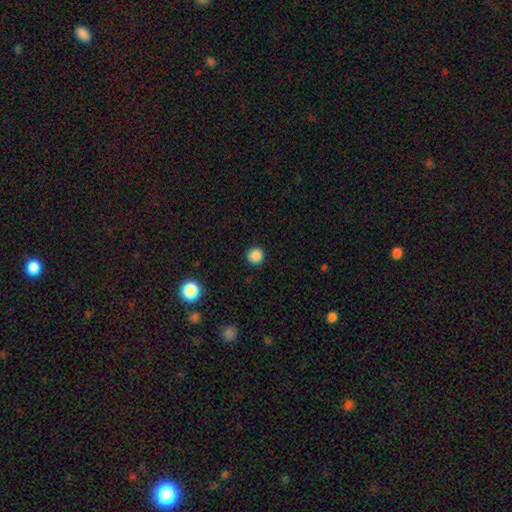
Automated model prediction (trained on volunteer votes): The model was most divided on "smooth or featured": smooth: 86%, star or artifact: 11%, featured or disk: 3%. More confident: how rounded — round (94%); merging — none (90%).